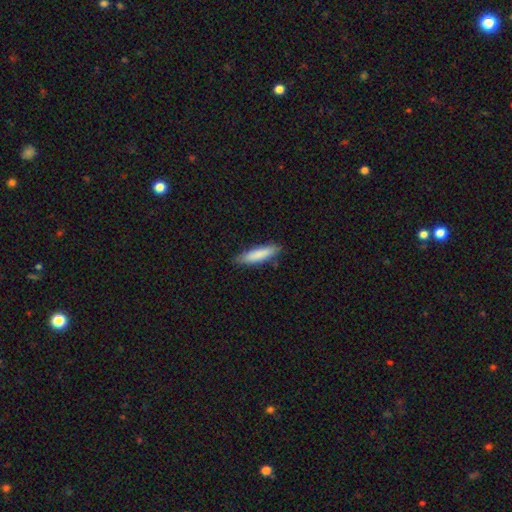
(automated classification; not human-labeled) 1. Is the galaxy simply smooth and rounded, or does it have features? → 84% smooth, 10% featured or disk, 6% star or artifact.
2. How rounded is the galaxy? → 75% cigar-shaped, 24% in between, 1% round.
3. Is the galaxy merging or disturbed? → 85% none, 12% minor disturbance, 2% major disturbance, 1% merger.